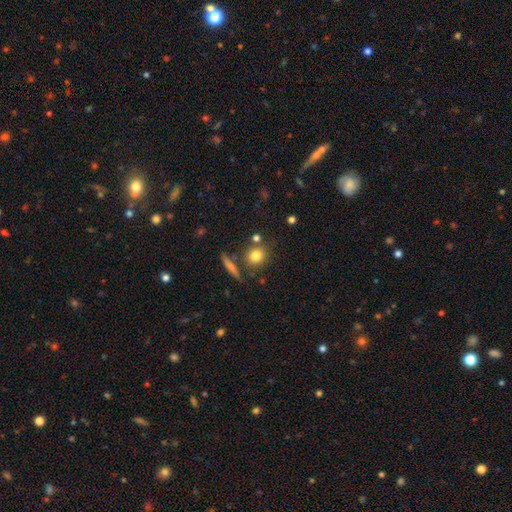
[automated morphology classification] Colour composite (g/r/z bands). It shows a smooth galaxy with no disk features (80%) that is round (73%). Merging: none (72%).